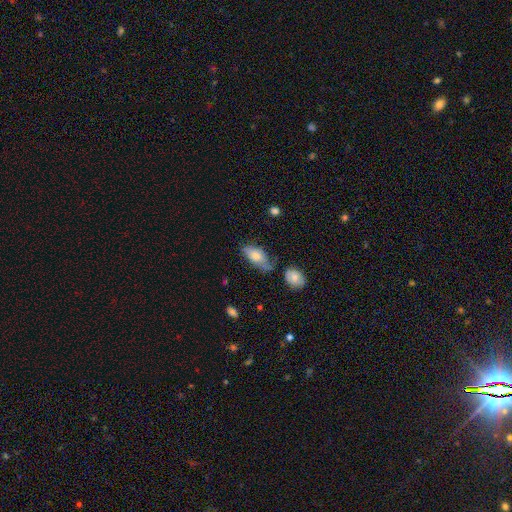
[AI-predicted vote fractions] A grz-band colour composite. It shows a smooth galaxy with no disk features (66%) that is in between round and cigar-shaped (88%). Merging: none (46%).